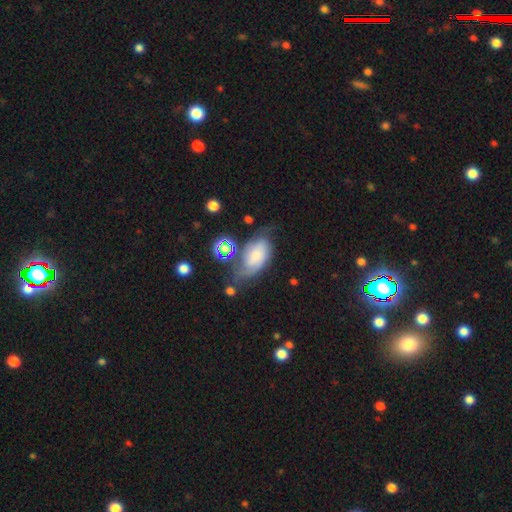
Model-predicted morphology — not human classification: type=featured or disk (53%); edge-on=no (94%); merging=none (41%).